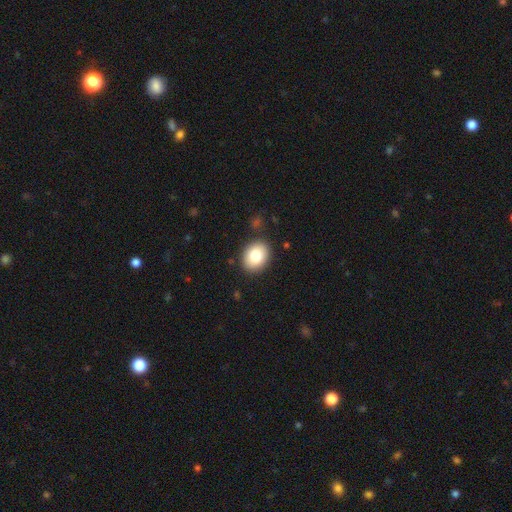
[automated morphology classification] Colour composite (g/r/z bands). It shows a smooth galaxy with no disk features (81%) that is in between round and cigar-shaped (59%). Merging: none (87%).